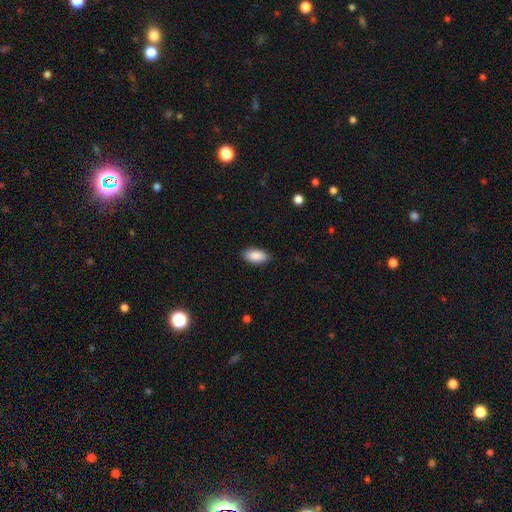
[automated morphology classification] type=smooth (89%); roundness=in between (92%); merging=none (87%).